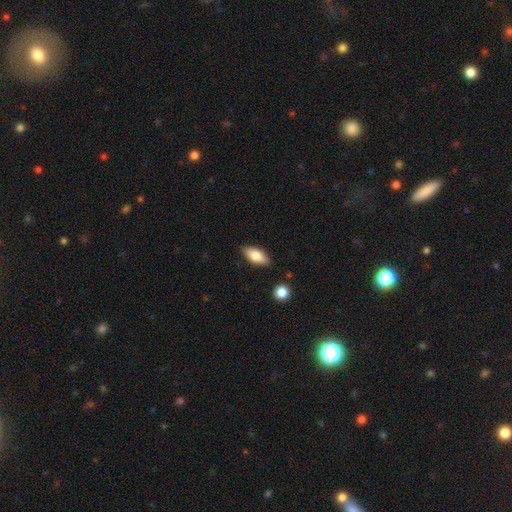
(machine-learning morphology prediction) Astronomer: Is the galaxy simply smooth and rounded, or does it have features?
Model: smooth — 77%.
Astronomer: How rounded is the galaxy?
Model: in between — 85%.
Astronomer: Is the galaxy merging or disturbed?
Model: none — 85%.